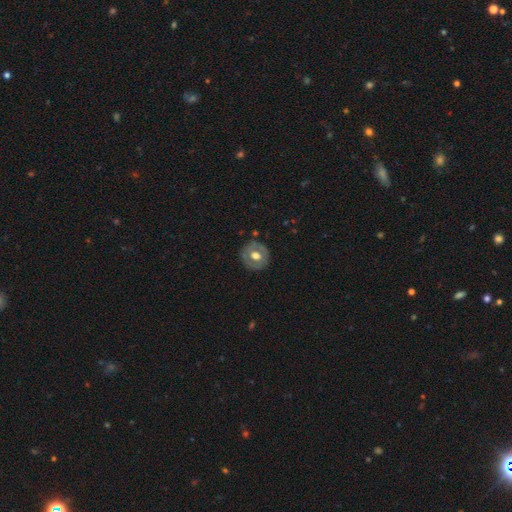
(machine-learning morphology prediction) Smooth or featured? Predicted: featured or disk (p=0.47). Merging? Predicted: none (p=0.83).